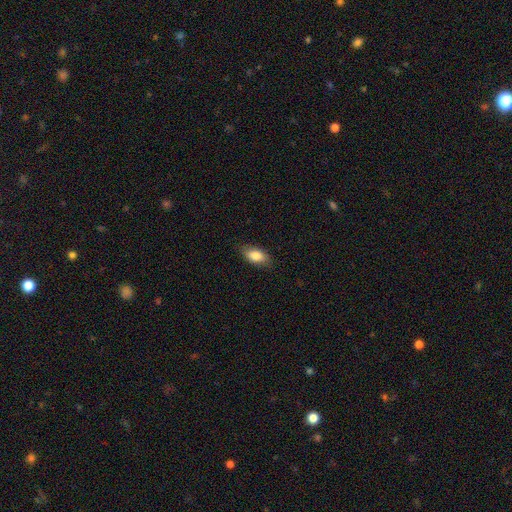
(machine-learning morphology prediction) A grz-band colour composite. It shows a smooth galaxy with no disk features (83%) that is in between round and cigar-shaped (90%). Merging: none (82%).